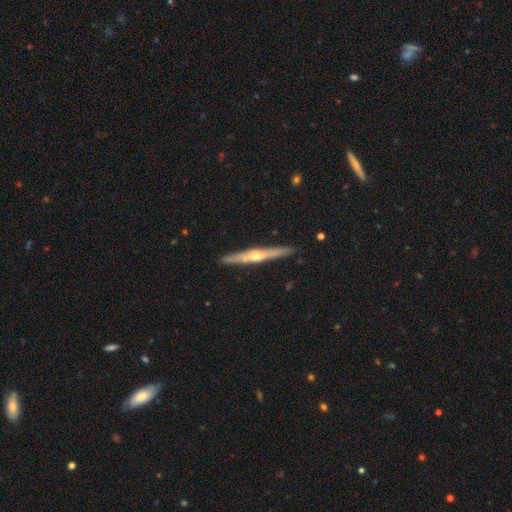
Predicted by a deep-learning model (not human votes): Overall: featured or disk (75%). Edge-on disk: yes (97%). Edge-on bulge: rounded (89%). Merging: none (91%).